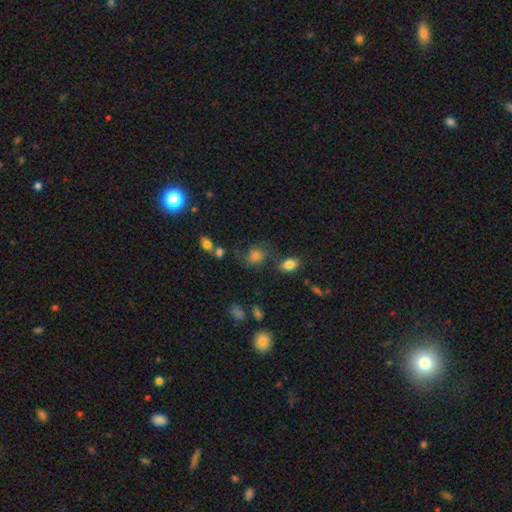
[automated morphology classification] This is possibly a smooth galaxy (53%). How rounded: likely round (63%). Merging: possibly none (59%).